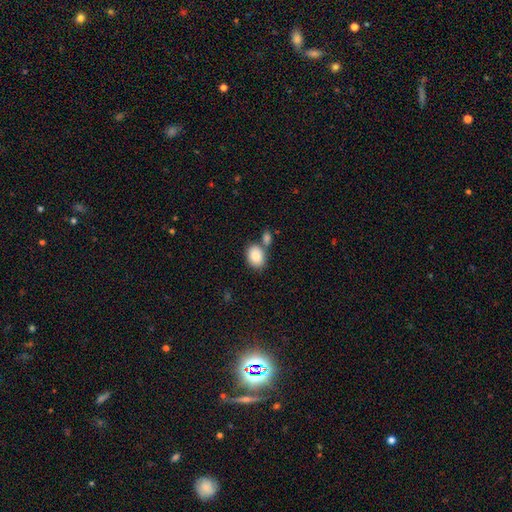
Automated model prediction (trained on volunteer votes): smooth-or-featured: smooth: 86% | star or artifact: 7% | featured or disk: 7%
  how-rounded: in between: 71% | round: 28% | cigar-shaped: 1%
  merging: none: 59% | merger: 24% | minor disturbance: 13% | major disturbance: 4%